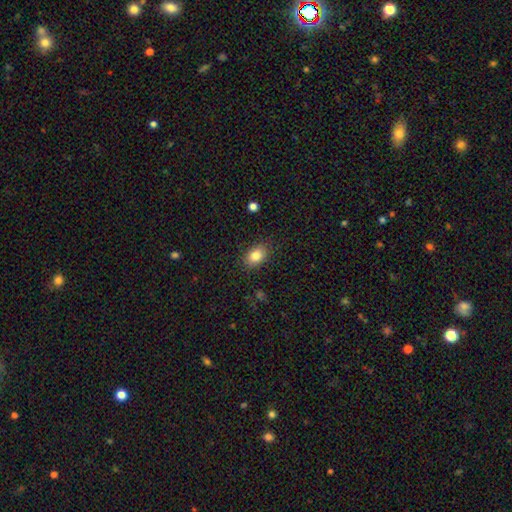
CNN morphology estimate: A smooth galaxy with no disk features (83%) that is in between round and cigar-shaped (81%).

Vote fractions:
- Smooth or featured? smooth: 83% / star or artifact: 9% / featured or disk: 8%
- How rounded? in between: 81% / round: 18% / cigar-shaped: 1%
- Merging? none: 86% / minor disturbance: 10% / major disturbance: 3% / merger: 1%